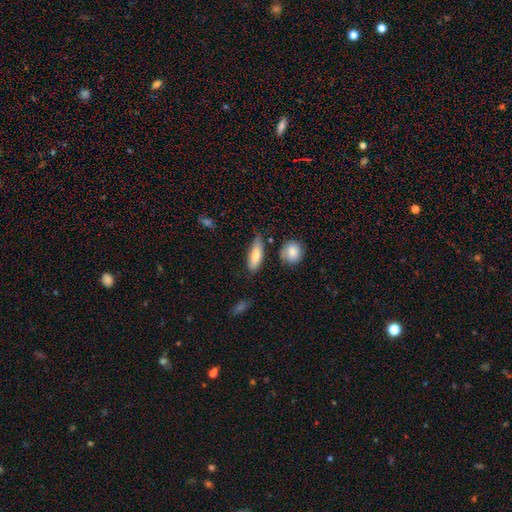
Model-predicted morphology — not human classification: A smooth galaxy with no disk features (76%) that is in between round and cigar-shaped (58%). Merging: none (72%).